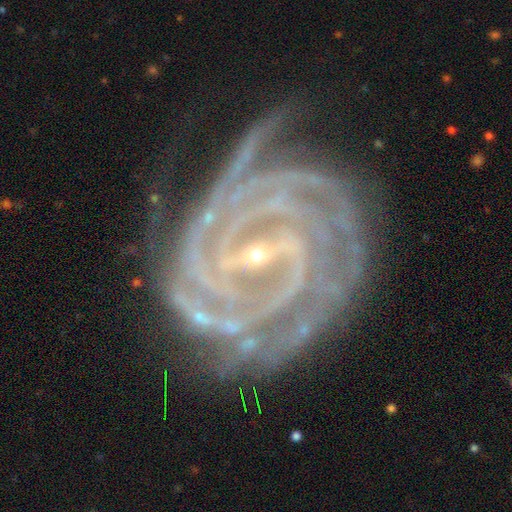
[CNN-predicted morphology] smooth-or-featured: featured or disk: 92% | star or artifact: 5% | smooth: 3%
  disk-edge-on: no: 98% | yes: 2%
    bar: strong: 41% | weak: 39% | no: 20%
    has-spiral-arms: yes: 99% | no: 1%
      spiral-winding: tight: 85% | medium: 13% | loose: 2%
      spiral-arm-count: 4: 30% | 3: 19% | 2: 15% | more than 4: 14% | can't tell: 13% | 1: 9%
    bulge-size: small: 81% | moderate: 15% | none: 2% | large: 1% | dominant: 1%
  merging: none: 71% | minor disturbance: 19% | major disturbance: 8% | merger: 2%